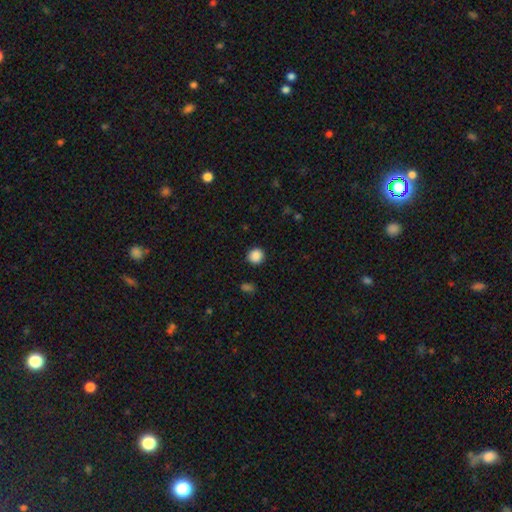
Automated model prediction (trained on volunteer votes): Smooth or featured?
  - smooth: 88% *
  - star or artifact: 10%
  - featured or disk: 2%
How rounded?
  - round: 92% *
  - in between: 7%
  - cigar-shaped: 1%
Merging?
  - none: 92% *
  - minor disturbance: 5%
  - major disturbance: 2%
  - merger: 1%